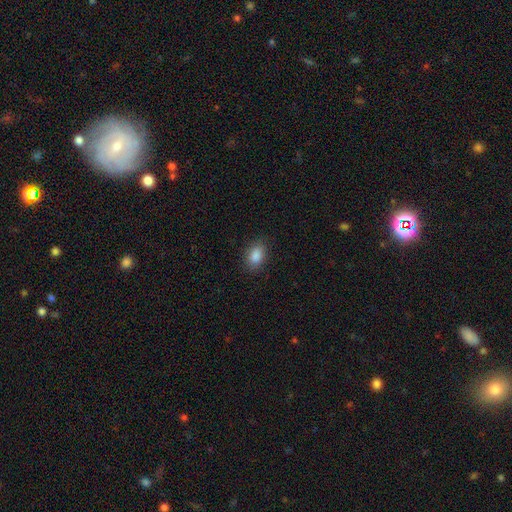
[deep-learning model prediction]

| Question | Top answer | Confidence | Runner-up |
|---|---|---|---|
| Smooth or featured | smooth | 87% | star or artifact (9%) |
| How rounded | in between | 83% | round (15%) |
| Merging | none | 86% | minor disturbance (10%) |